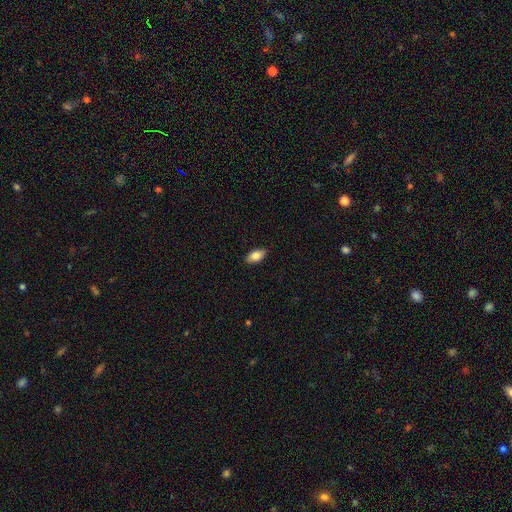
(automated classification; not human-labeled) This appears to be a smooth galaxy with no disk features (84%) that is in between round and cigar-shaped (92%). Merging: none (89%).